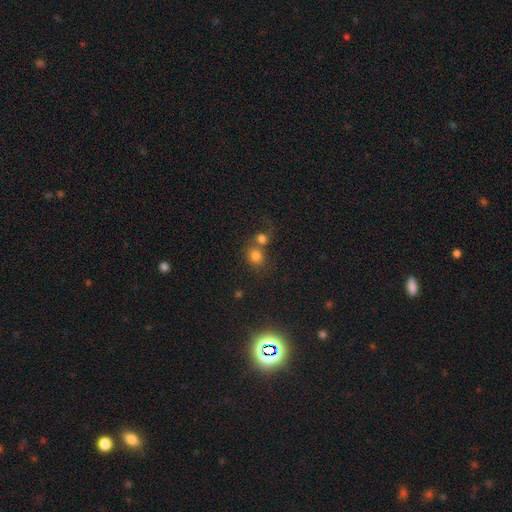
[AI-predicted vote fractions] This appears to be a smooth galaxy with no disk features (77%) that is round (78%). Merging: merger (46%).